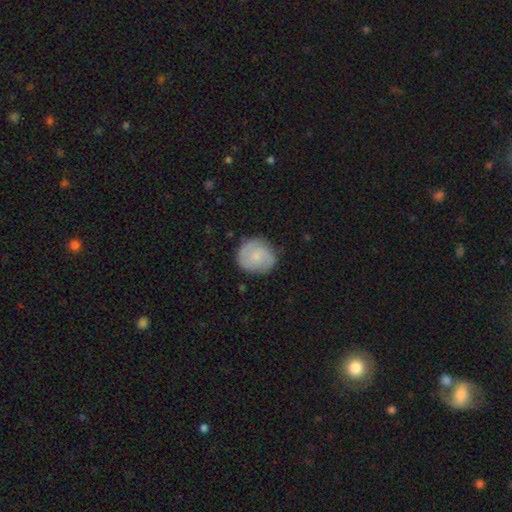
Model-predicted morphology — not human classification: Smooth or featured? smooth (58%)
How rounded? round (87%)
Merging? none (79%)